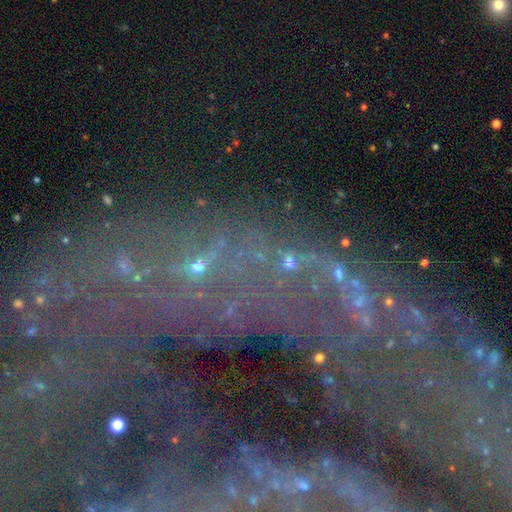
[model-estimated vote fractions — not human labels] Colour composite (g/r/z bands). It shows a star or artifact, not a galaxy (50%).